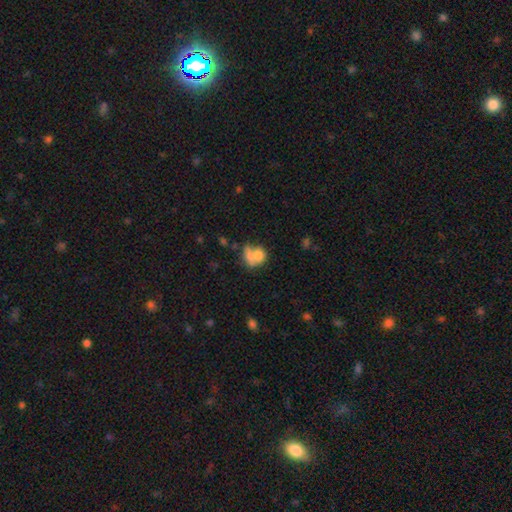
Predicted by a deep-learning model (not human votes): This appears to be a smooth galaxy with no disk features (73%) that is round (56%). Merging: merger (49%).